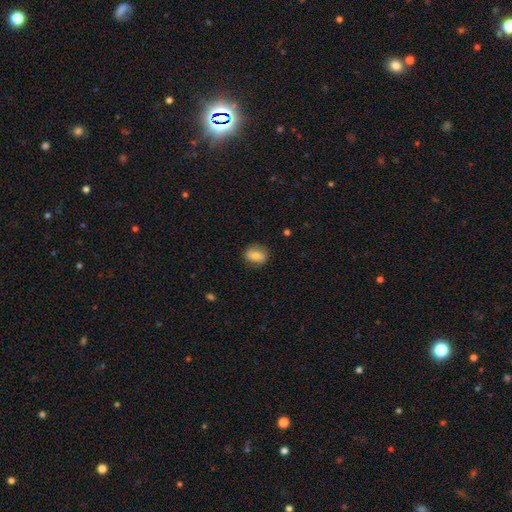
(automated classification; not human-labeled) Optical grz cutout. It shows a smooth galaxy with no disk features (76%) that is in between round and cigar-shaped (74%). Merging: none (79%).